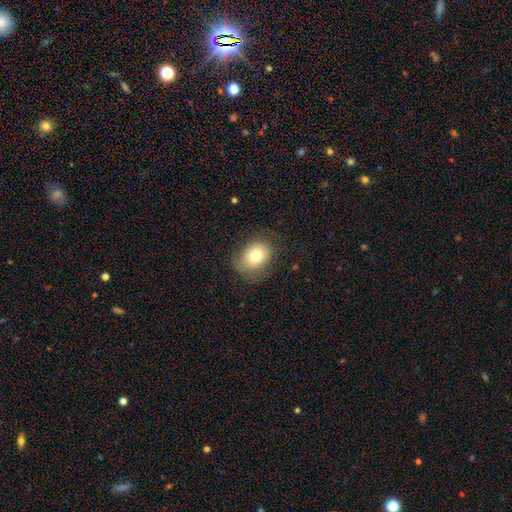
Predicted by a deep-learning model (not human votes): Smooth or featured: smooth — 73% (featured or disk — 17%)
How rounded: in between — 55% (round — 44%)
Merging: none — 68% (minor disturbance — 21%)